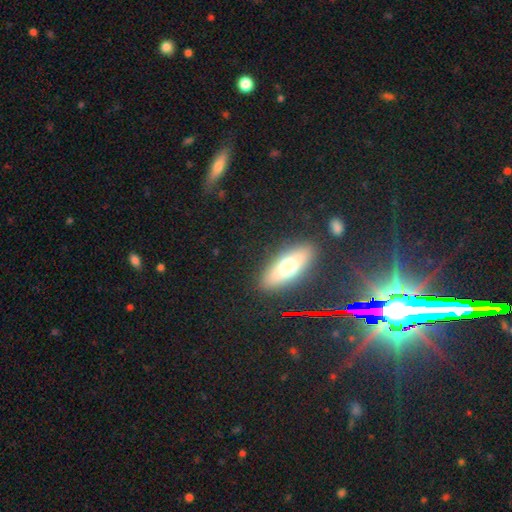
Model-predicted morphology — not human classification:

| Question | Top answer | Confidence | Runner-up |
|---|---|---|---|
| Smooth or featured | smooth | 45% | featured or disk (29%) |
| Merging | none | 84% | minor disturbance (10%) |